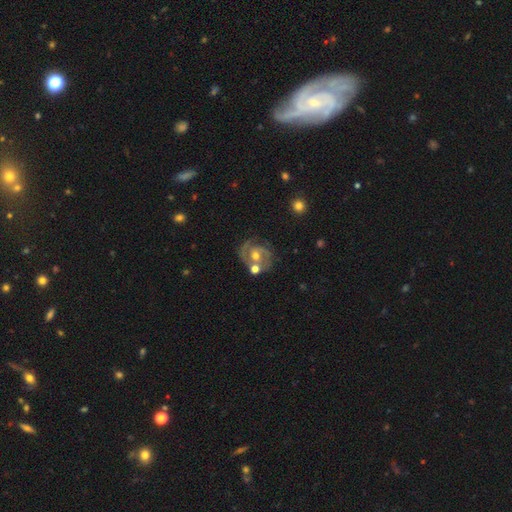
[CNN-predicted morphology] smooth-or-featured: featured or disk: 83% | smooth: 11% | star or artifact: 7%
  disk-edge-on: no: 98% | yes: 2%
    bar: no: 58% | weak: 33% | strong: 10%
    has-spiral-arms: yes: 93% | no: 7%
      spiral-winding: tight: 44% (tied) | medium: 44% (tied) | loose: 12%
      spiral-arm-count: 2: 72% | can't tell: 9% | 3: 9% | 1: 7% | 4: 2% | more than 4: 2%
    bulge-size: moderate: 71% | small: 23% | large: 4% | none: 1% | dominant: 1%
  merging: none: 60% | minor disturbance: 18% | merger: 13% | major disturbance: 9%